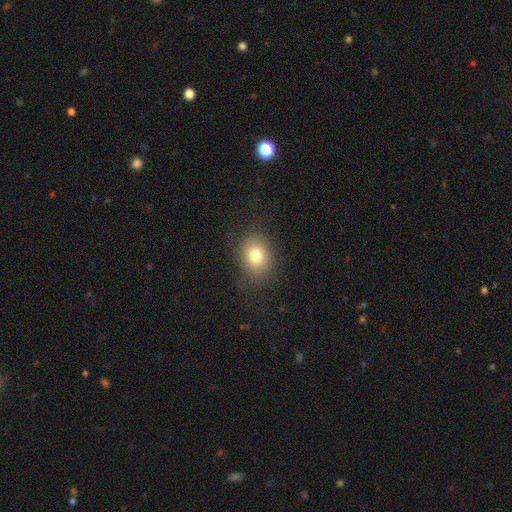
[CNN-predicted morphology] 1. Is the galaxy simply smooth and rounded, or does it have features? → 79% smooth, 11% star or artifact, 10% featured or disk.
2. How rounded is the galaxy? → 54% in between, 45% round, 1% cigar-shaped.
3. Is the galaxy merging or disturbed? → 84% none, 11% minor disturbance, 5% major disturbance, 1% merger.